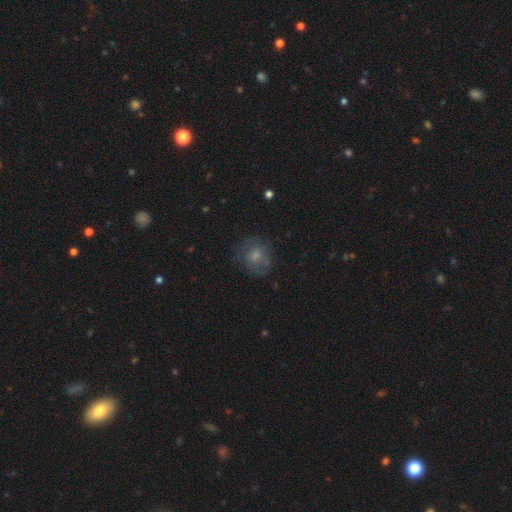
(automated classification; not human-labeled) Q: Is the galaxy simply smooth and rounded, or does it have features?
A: smooth — 66%.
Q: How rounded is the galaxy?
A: round — 73%.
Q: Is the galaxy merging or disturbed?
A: none — 64%.